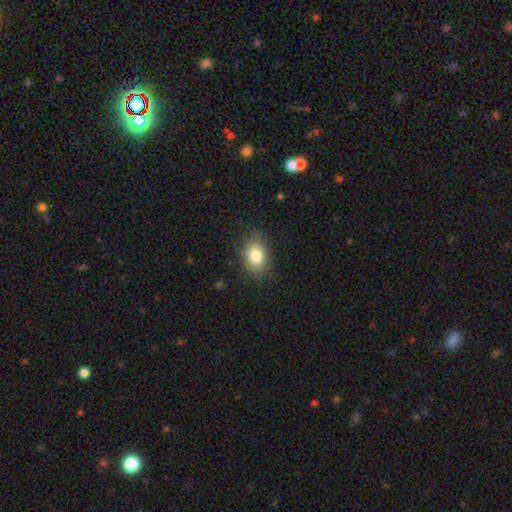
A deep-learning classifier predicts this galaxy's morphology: Q: Smooth or featured?
A: smooth (82%); runner-up: featured or disk (9%)
Q: How rounded?
A: in between (75%); runner-up: round (24%)
Q: Merging?
A: none (82%); runner-up: minor disturbance (13%)